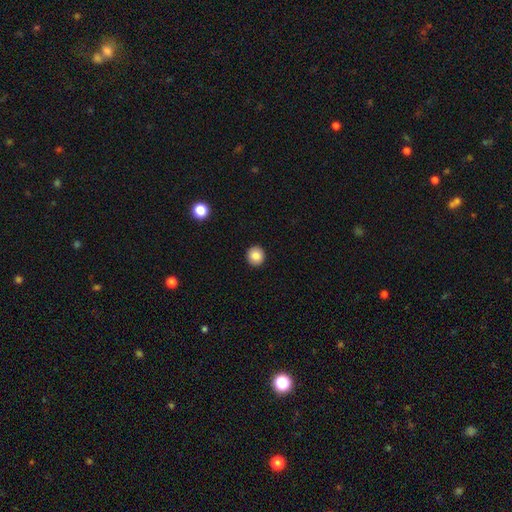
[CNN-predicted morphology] Smooth or featured? Predicted: smooth (p=0.86). How rounded? Predicted: round (p=0.93). Merging? Predicted: none (p=0.93).